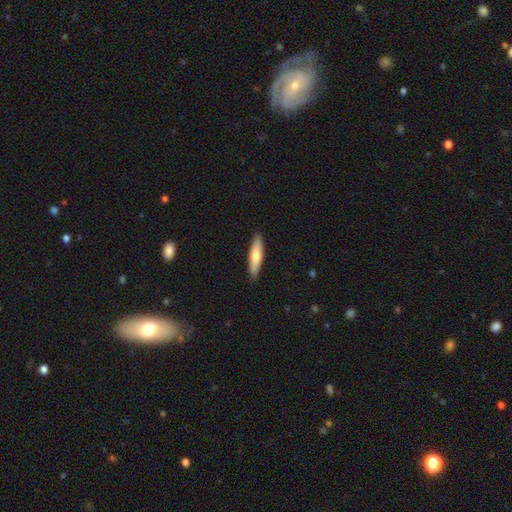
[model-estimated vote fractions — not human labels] The model was most divided on "smooth or featured": smooth: 65%, featured or disk: 29%, star or artifact: 5%. More confident: merging — none (89%); how rounded — cigar-shaped (74%).